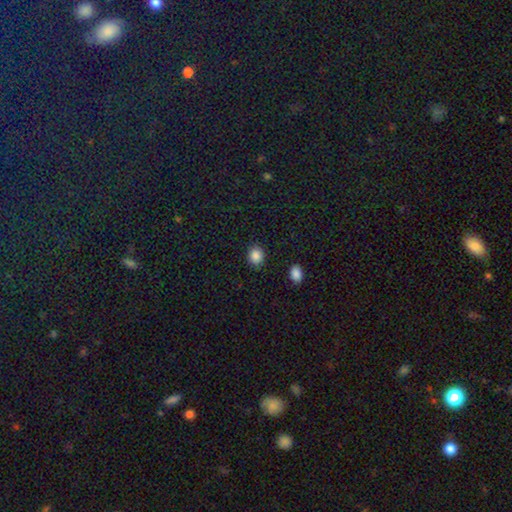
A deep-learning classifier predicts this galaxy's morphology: type=smooth (88%); roundness=round (66%); merging=none (88%).